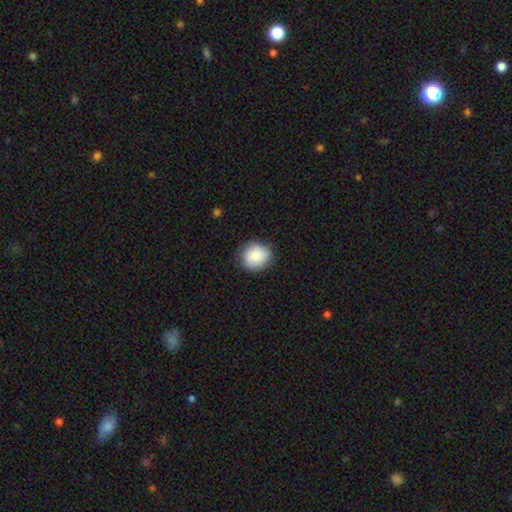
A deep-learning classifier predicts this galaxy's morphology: A smooth galaxy with no disk features (80%) that is round (83%). Merging: none (82%).